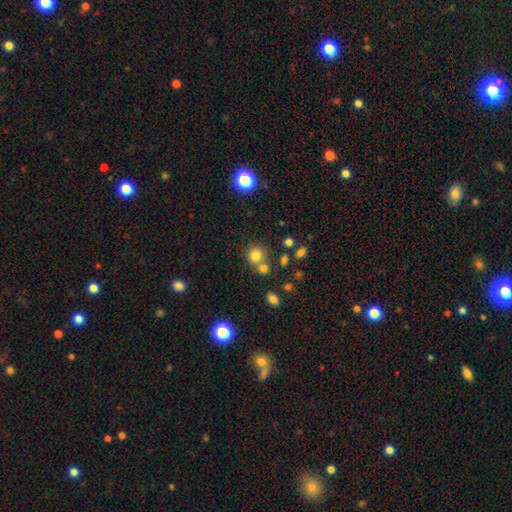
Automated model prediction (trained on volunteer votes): Smooth or featured?
  - smooth: 78% *
  - star or artifact: 14%
  - featured or disk: 7%
How rounded?
  - round: 88% *
  - in between: 11%
  - cigar-shaped: 1%
Merging?
  - none: 61% *
  - merger: 27%
  - minor disturbance: 9%
  - major disturbance: 4%